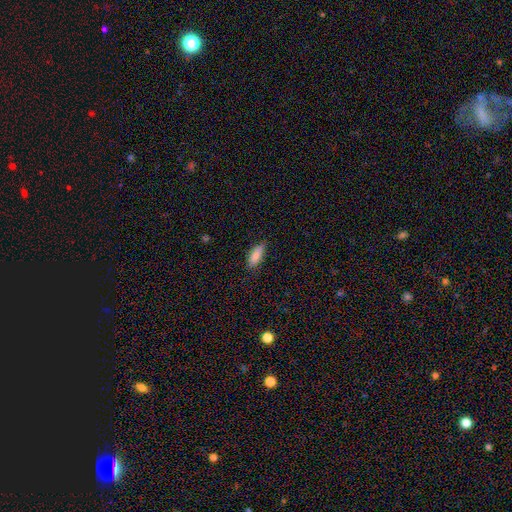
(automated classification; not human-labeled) This is clearly a smooth galaxy (86%). How rounded: likely in between (68%). Merging: likely none (78%).